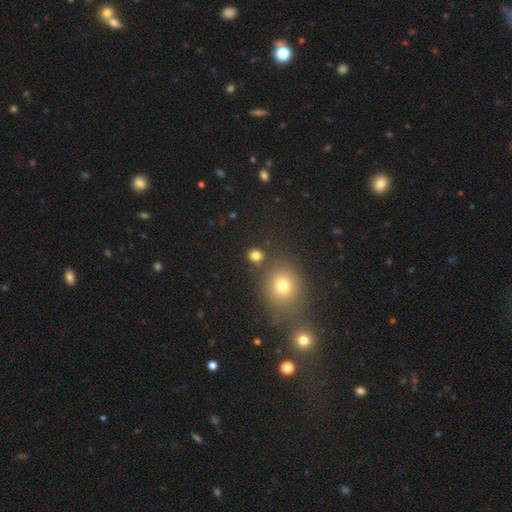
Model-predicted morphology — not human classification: Smooth or featured? Predicted: smooth (p=0.79). How rounded? Predicted: round (p=0.77). Merging? Predicted: none (p=0.80).